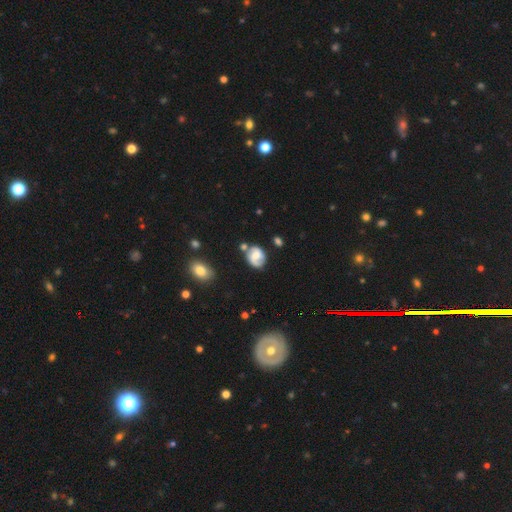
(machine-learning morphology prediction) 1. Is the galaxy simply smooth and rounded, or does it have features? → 60% featured or disk, 32% smooth, 7% star or artifact.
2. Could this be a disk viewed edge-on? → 97% no, 3% yes.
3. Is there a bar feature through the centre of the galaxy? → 50% no, 39% weak, 10% strong.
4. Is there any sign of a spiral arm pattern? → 85% yes, 15% no.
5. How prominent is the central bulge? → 44% moderate, 30% small, 14% none, 10% large, 2% dominant.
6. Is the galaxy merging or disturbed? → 58% none, 22% minor disturbance, 11% merger, 9% major disturbance.